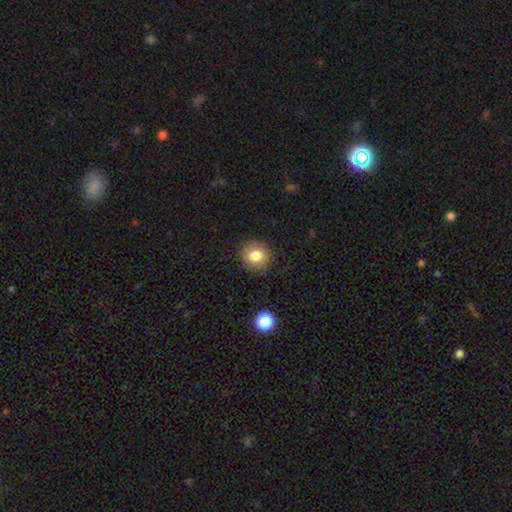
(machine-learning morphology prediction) Smooth or featured: smooth — 80% (star or artifact — 10%)
How rounded: round — 73% (in between — 26%)
Merging: none — 86% (minor disturbance — 10%)